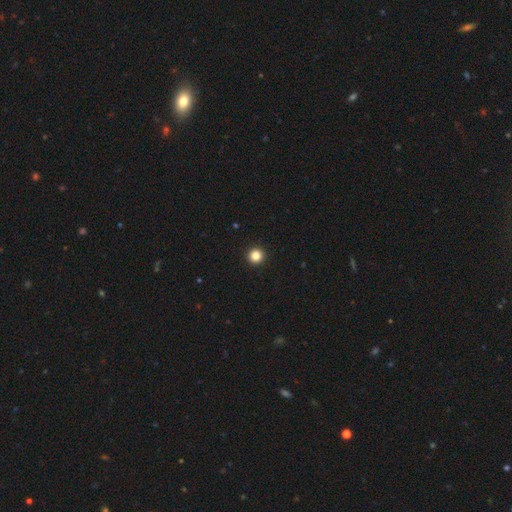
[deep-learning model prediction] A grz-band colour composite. It shows a smooth galaxy with no disk features (84%) that is round (96%). Merging: none (94%).